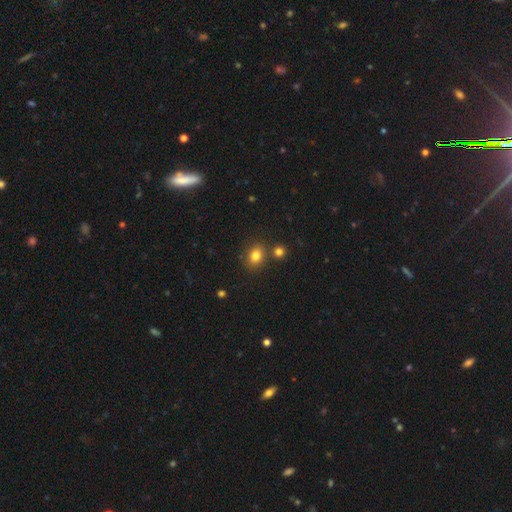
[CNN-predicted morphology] Q: Smooth or featured?
A: smooth (81%); runner-up: star or artifact (12%)
Q: How rounded?
A: round (54%); runner-up: in between (45%)
Q: Merging?
A: none (74%); runner-up: merger (12%)